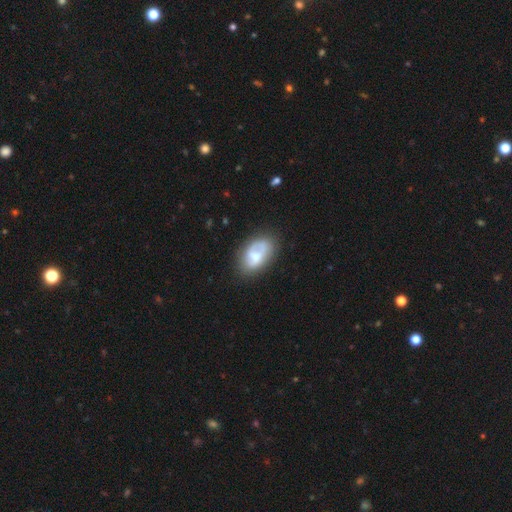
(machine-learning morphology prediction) Q: Smooth or featured?
A: smooth (53%); runner-up: featured or disk (40%)
Q: How rounded?
A: in between (89%); runner-up: round (10%)
Q: Merging?
A: none (57%); runner-up: minor disturbance (26%)